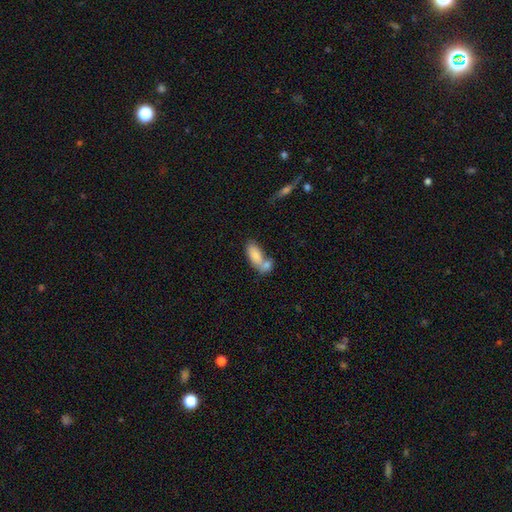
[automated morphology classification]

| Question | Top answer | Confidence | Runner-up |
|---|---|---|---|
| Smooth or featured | smooth | 79% | featured or disk (14%) |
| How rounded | in between | 88% | cigar-shaped (9%) |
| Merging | merger | 56% | none (29%) |